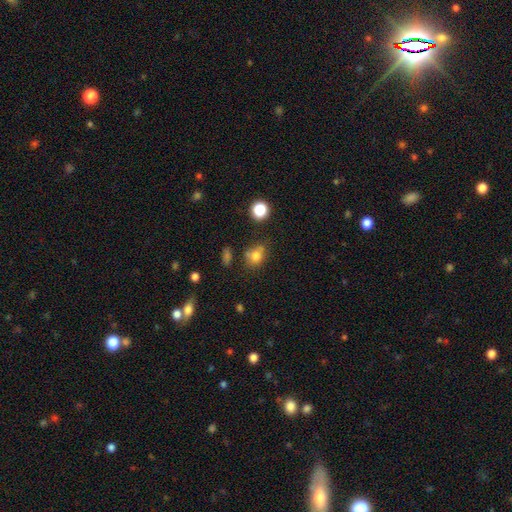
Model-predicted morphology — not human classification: Smooth or featured? smooth (76%)
How rounded? in between (50%)
Merging? none (54%)